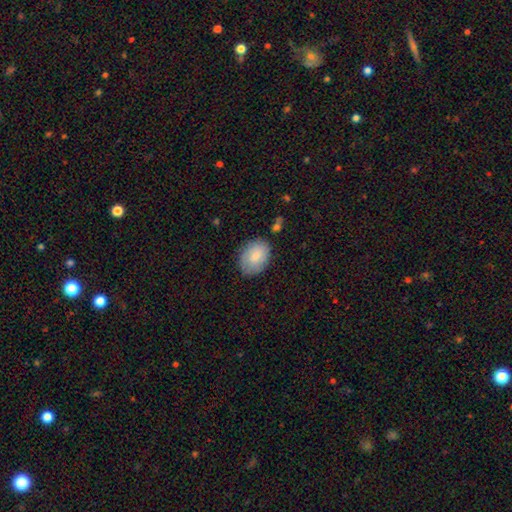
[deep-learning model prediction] This is likely a smooth galaxy (79%). How rounded: likely in between (76%). Merging: likely none (78%).